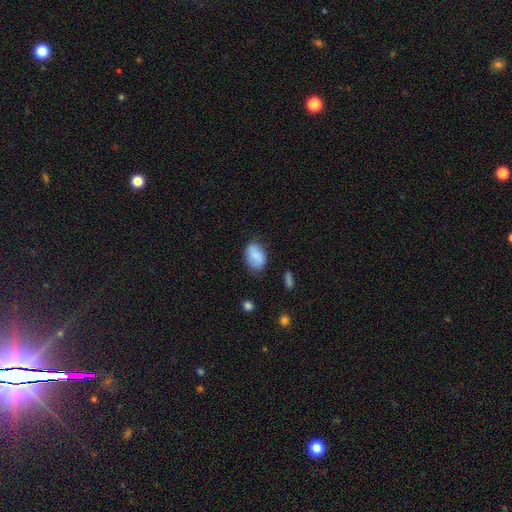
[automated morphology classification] The model was most divided on "merging": none: 73%, minor disturbance: 20%, major disturbance: 4%, merger: 2%. More confident: how rounded — in between (87%); smooth or featured — smooth (84%).